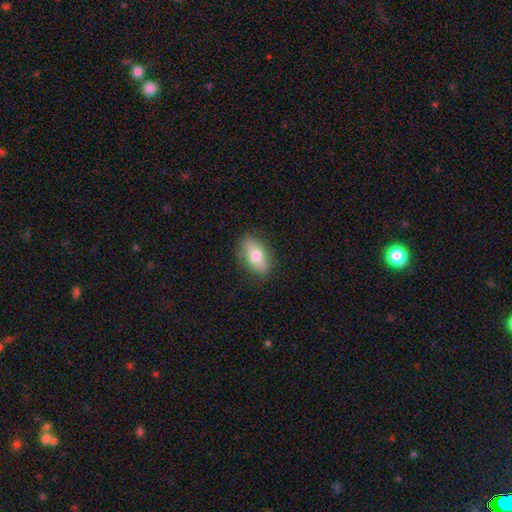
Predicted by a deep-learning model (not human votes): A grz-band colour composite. It shows a smooth galaxy with no disk features (68%) that is in between round and cigar-shaped (85%). Merging: none (83%).